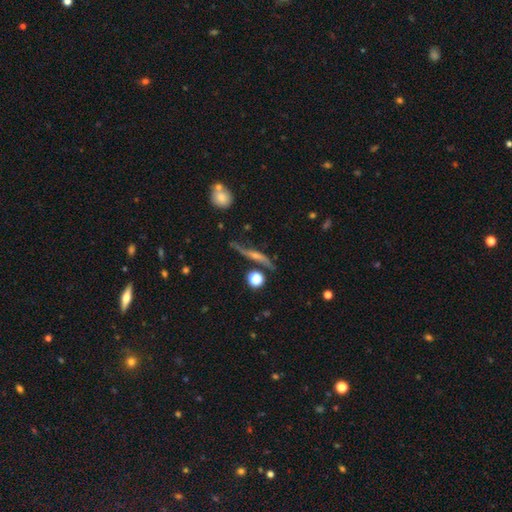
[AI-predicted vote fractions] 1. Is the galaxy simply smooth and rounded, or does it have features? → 75% featured or disk, 15% smooth, 10% star or artifact.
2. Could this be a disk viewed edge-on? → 73% yes, 27% no.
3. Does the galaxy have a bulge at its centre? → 71% rounded, 20% none, 9% boxy.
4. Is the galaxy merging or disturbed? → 73% none, 16% minor disturbance, 7% major disturbance, 4% merger.